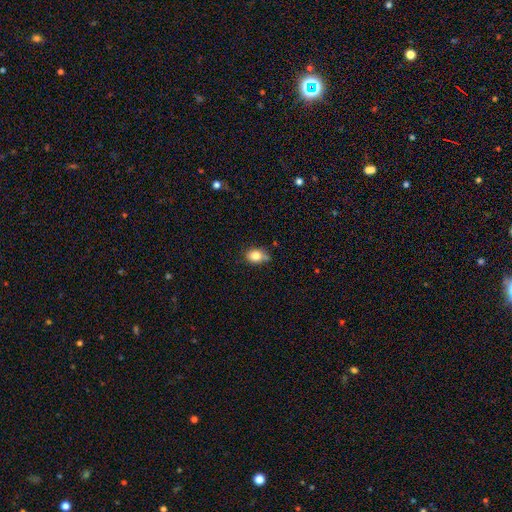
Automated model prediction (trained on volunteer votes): Smooth or featured? Predicted: smooth (p=0.82). How rounded? Predicted: in between (p=0.57). Merging? Predicted: none (p=0.59).